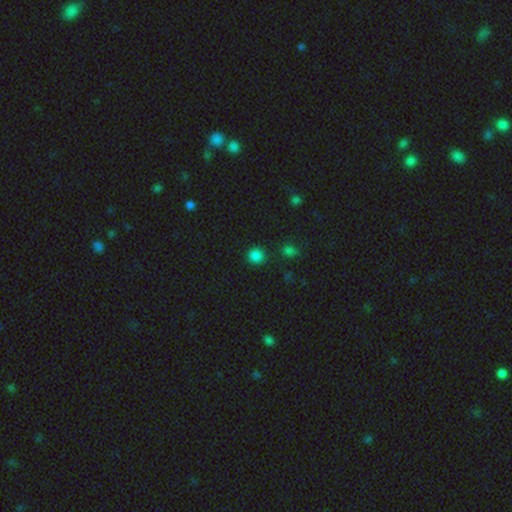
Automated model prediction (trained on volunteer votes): Smooth or featured: smooth — 81% (star or artifact — 15%)
How rounded: round — 90% (in between — 9%)
Merging: none — 87% (minor disturbance — 7%)